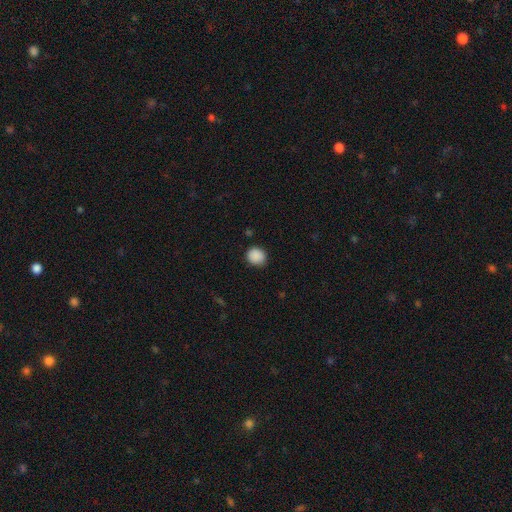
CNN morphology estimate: A smooth galaxy with no disk features (89%) that is round (79%). Merging: none (84%).